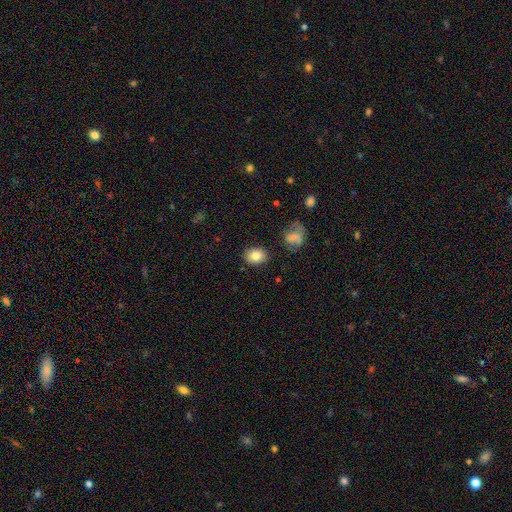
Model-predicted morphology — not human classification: This appears to be a smooth galaxy with no disk features (82%) that is in between round and cigar-shaped (51%). Merging: none (85%).